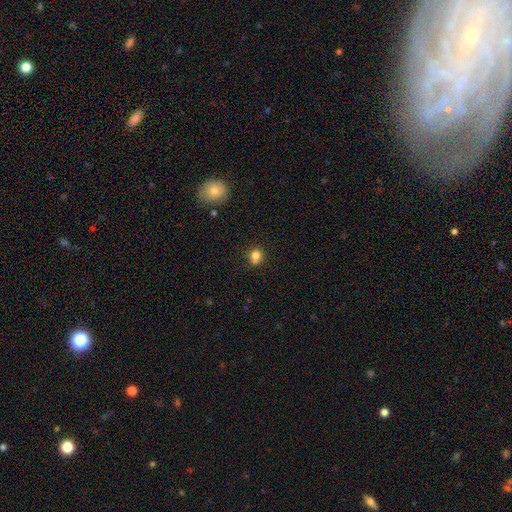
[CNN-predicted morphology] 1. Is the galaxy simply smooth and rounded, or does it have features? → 81% smooth, 12% star or artifact, 7% featured or disk.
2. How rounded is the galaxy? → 75% round, 24% in between, 1% cigar-shaped.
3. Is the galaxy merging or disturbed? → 67% none, 20% minor disturbance, 8% merger, 5% major disturbance.